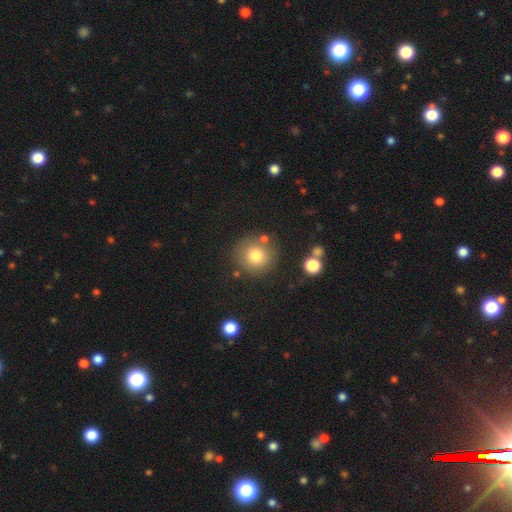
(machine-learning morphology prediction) This appears to be a smooth galaxy with no disk features (78%) that is round (93%). Merging: none (80%).